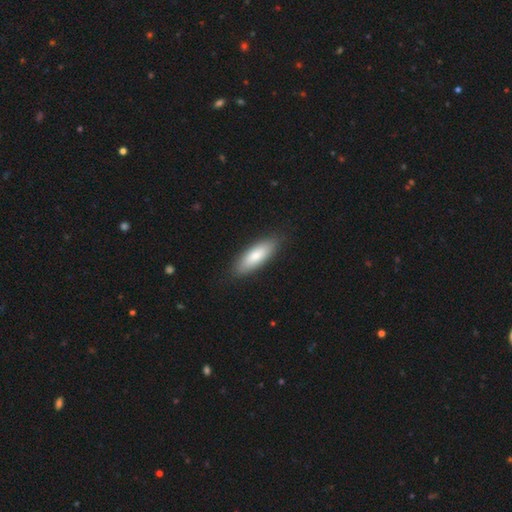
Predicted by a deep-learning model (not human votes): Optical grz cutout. It shows a smooth galaxy with no disk features (78%) that is in between round and cigar-shaped (65%). Merging: none (87%).